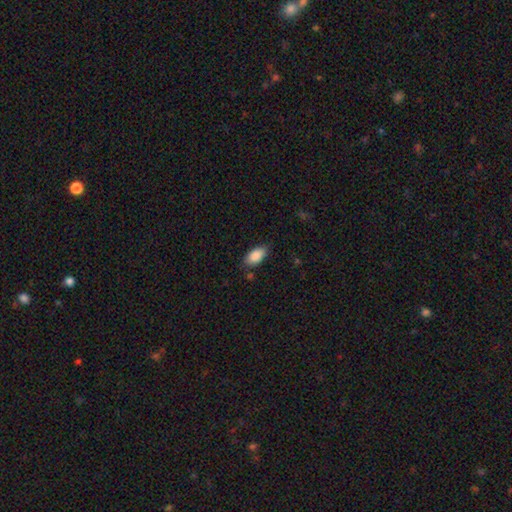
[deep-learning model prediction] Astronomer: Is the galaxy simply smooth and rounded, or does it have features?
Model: smooth — 88%.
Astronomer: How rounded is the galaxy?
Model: in between — 93%.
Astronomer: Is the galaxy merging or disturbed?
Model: none — 77%.